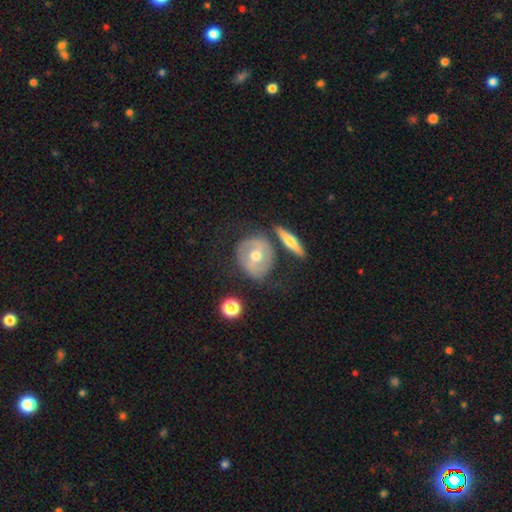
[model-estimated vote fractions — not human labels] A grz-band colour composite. It shows a featured or disk galaxy (60%) with no bar (44%), spiral arms (57%) and a moderate central bulge (71%). Merging: none (64%).